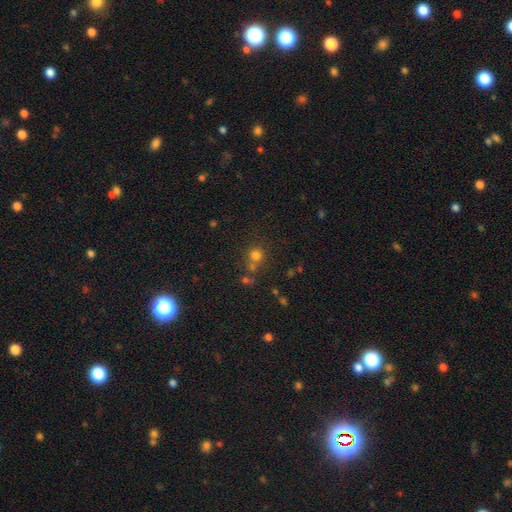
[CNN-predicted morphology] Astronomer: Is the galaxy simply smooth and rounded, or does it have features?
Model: smooth — 70%.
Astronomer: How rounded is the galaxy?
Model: round — 89%.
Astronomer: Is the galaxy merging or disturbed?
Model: none — 63%.